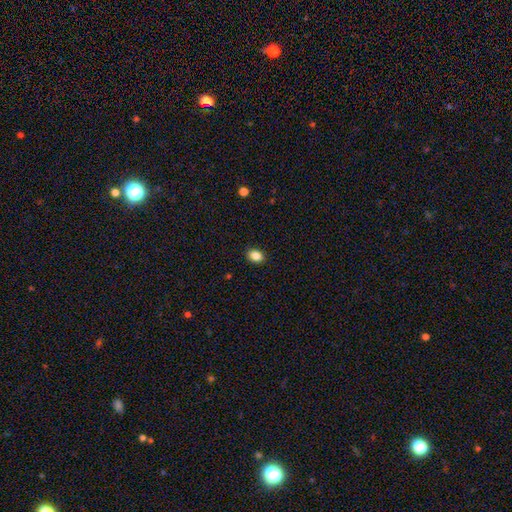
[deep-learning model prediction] Smooth or featured? Predicted: smooth (p=0.86). How rounded? Predicted: in between (p=0.73). Merging? Predicted: none (p=0.90).